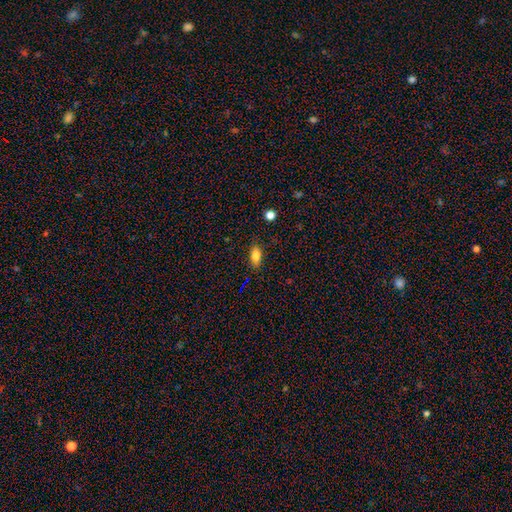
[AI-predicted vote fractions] Smooth or featured?
  - smooth: 81% *
  - featured or disk: 10%
  - star or artifact: 9%
How rounded?
  - in between: 85% *
  - cigar-shaped: 9%
  - round: 6%
Merging?
  - none: 84% *
  - minor disturbance: 12%
  - major disturbance: 3%
  - merger: 1%